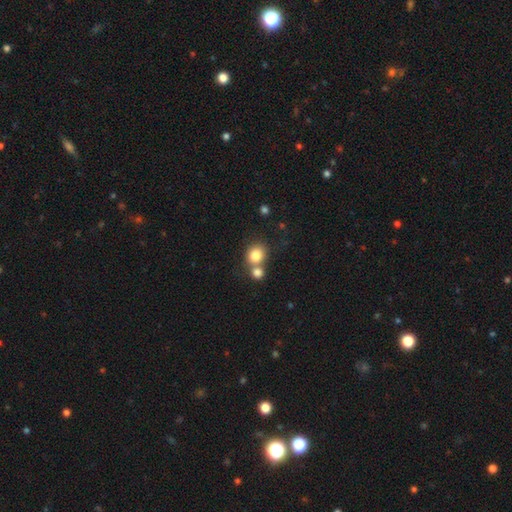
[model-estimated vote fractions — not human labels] This is clearly a smooth galaxy (82%). How rounded: likely round (78%). Merging: marginally merger (45%).